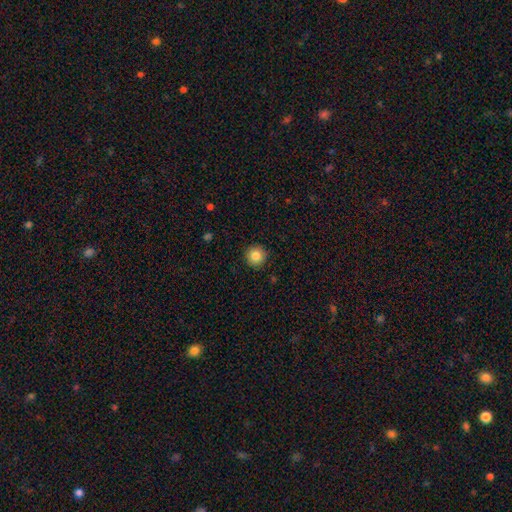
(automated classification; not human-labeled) A smooth galaxy with no disk features (84%) that is round (96%). Merging: none (92%).